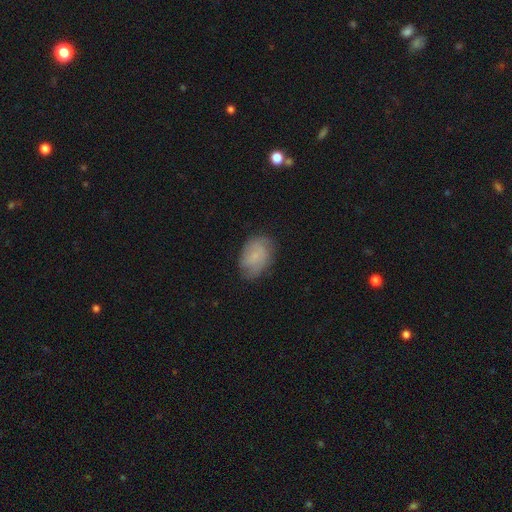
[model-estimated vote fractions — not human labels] A smooth galaxy with no disk features (57%) that is in between round and cigar-shaped (82%). Merging: none (71%).